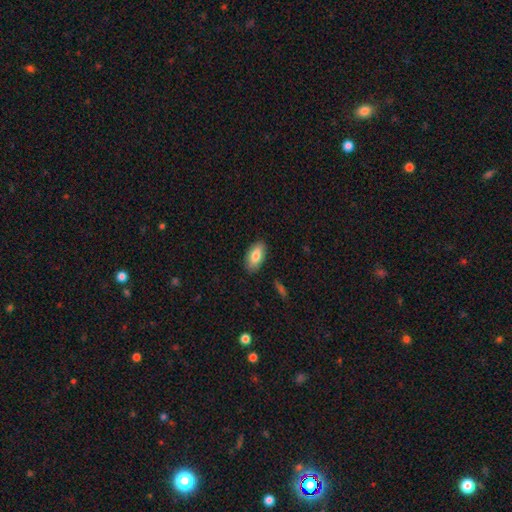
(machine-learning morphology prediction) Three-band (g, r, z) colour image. It shows a smooth galaxy with no disk features (81%) that is in between round and cigar-shaped (92%). Merging: none (88%).